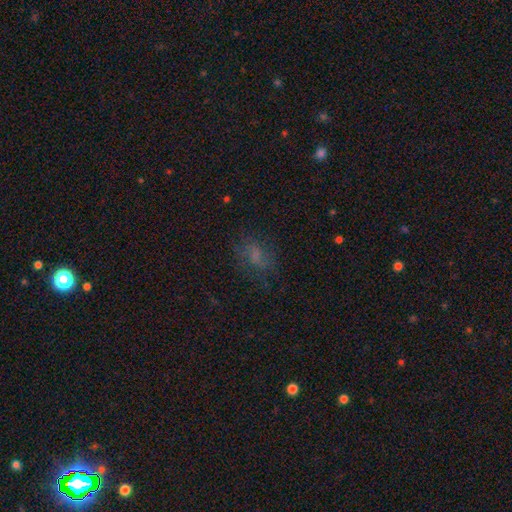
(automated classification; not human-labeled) A smooth galaxy with no disk features (55%) that is in between round and cigar-shaped (73%). Merging: none (66%).